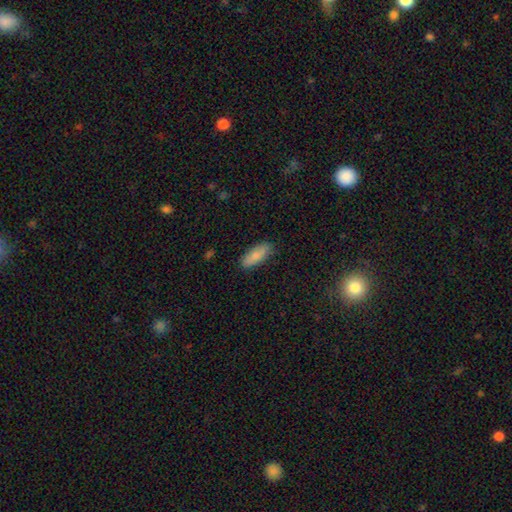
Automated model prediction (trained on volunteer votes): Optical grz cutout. It shows a smooth galaxy with no disk features (86%) that is in between round and cigar-shaped (68%). Merging: none (86%).